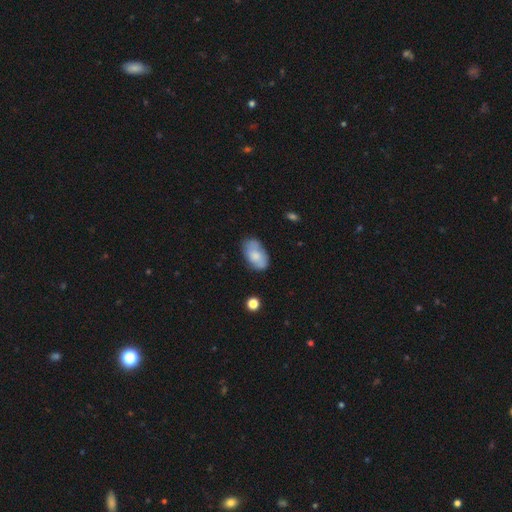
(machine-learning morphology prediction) Smooth or featured?
  - smooth: 71% *
  - featured or disk: 22%
  - star or artifact: 7%
How rounded?
  - in between: 93% *
  - round: 5%
  - cigar-shaped: 2%
Merging?
  - none: 65% *
  - minor disturbance: 25%
  - major disturbance: 6%
  - merger: 4%